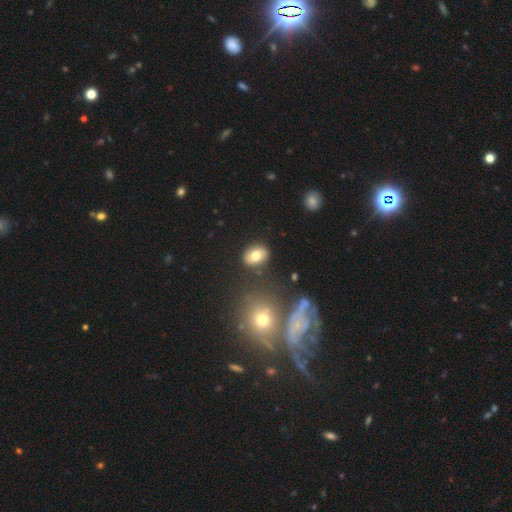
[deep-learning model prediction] smooth-or-featured: smooth: 75% | featured or disk: 16% | star or artifact: 10%
  how-rounded: in between: 67% | round: 31% | cigar-shaped: 1%
  merging: none: 84% | minor disturbance: 10% | merger: 3% | major disturbance: 3%